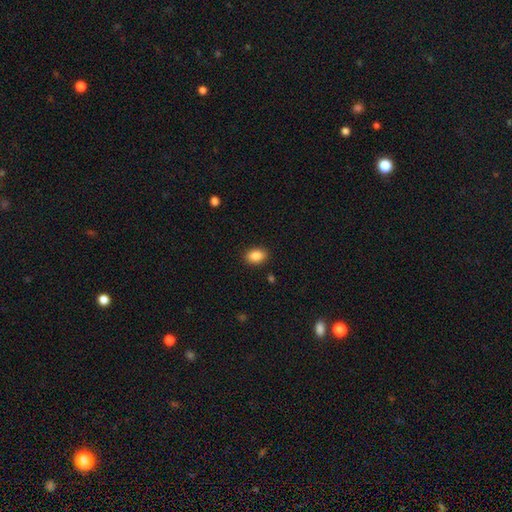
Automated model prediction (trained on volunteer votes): Morphology: type=smooth (88%); roundness=in between (82%); merging=none (89%).